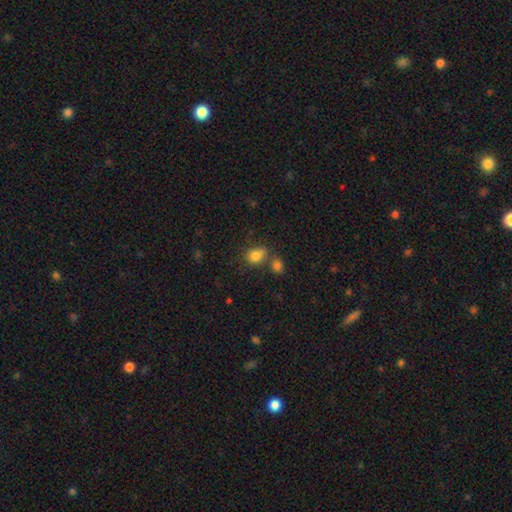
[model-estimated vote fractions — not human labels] A smooth galaxy with no disk features (81%) that is round (51%). Merging: none (52%).